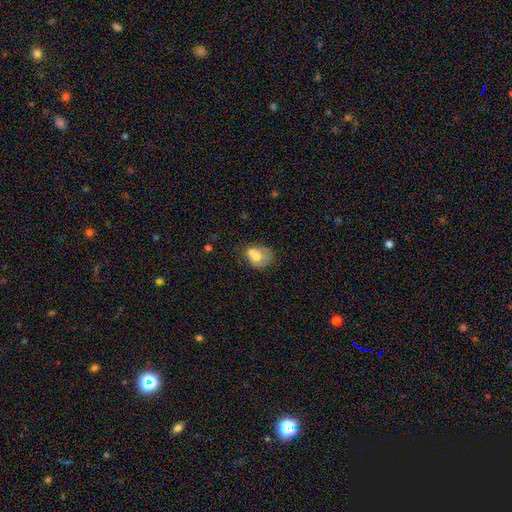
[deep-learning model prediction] Morphology: type=smooth (61%); roundness=in between (55%); merging=merger (42%).